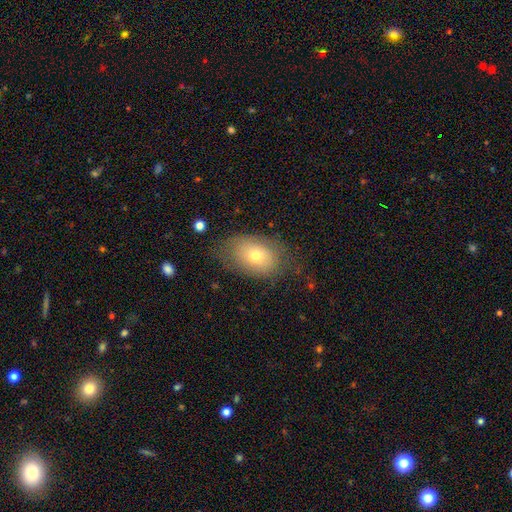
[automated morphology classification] Q: Smooth or featured?
A: smooth (69%); runner-up: featured or disk (22%)
Q: How rounded?
A: in between (81%); runner-up: round (17%)
Q: Merging?
A: none (68%); runner-up: minor disturbance (21%)